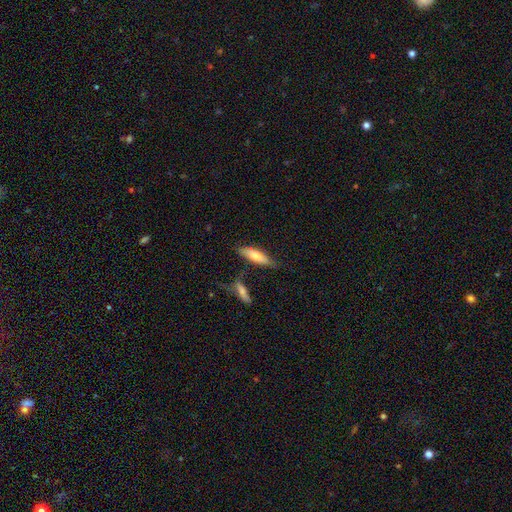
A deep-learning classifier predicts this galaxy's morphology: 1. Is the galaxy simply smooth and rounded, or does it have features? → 72% smooth, 22% featured or disk, 6% star or artifact.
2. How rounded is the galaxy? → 56% cigar-shaped, 42% in between, 2% round.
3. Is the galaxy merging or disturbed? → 61% none, 22% minor disturbance, 11% merger, 7% major disturbance.